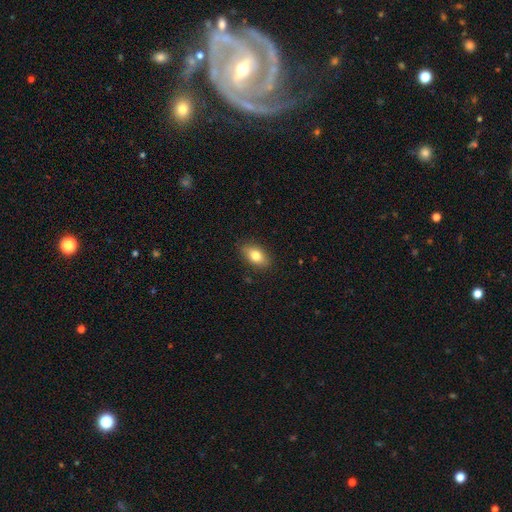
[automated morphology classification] Q: Smooth or featured?
A: smooth (78%); runner-up: featured or disk (14%)
Q: How rounded?
A: in between (86%); runner-up: round (9%)
Q: Merging?
A: none (87%); runner-up: minor disturbance (10%)